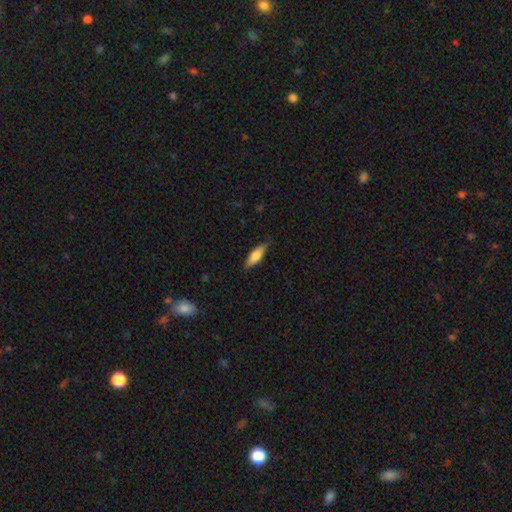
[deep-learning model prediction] Smooth or featured: smooth — 77% (featured or disk — 18%)
How rounded: in between — 62% (cigar-shaped — 36%)
Merging: none — 81% (minor disturbance — 15%)